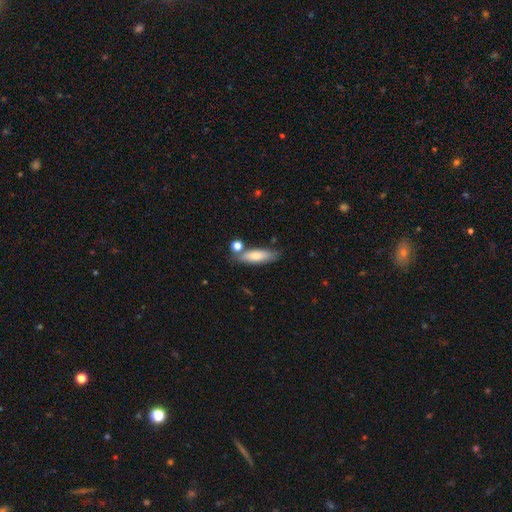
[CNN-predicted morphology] Smooth or featured: smooth — 73% (featured or disk — 20%)
How rounded: cigar-shaped — 55% (in between — 43%)
Merging: none — 71% (minor disturbance — 15%)